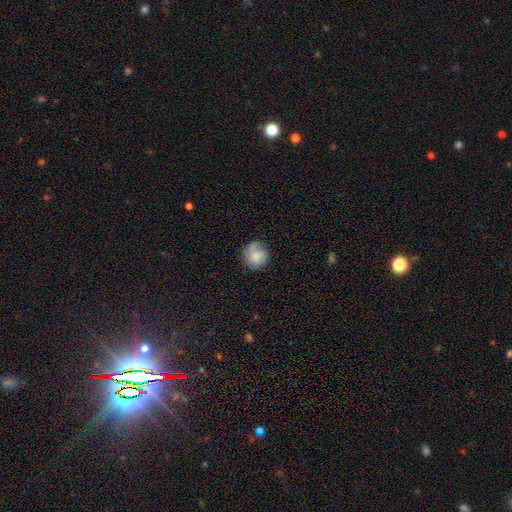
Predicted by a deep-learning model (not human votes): Overall: smooth (72%). How rounded: round (83%). Merging: none (59%; minor disturbance 26%).